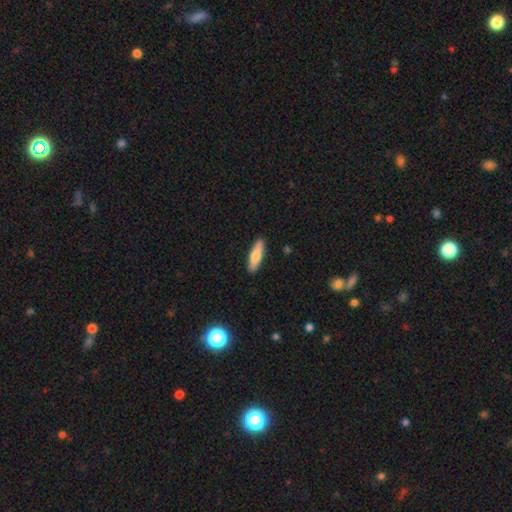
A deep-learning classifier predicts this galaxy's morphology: type=smooth (72%); roundness=cigar-shaped (65%); merging=none (90%).